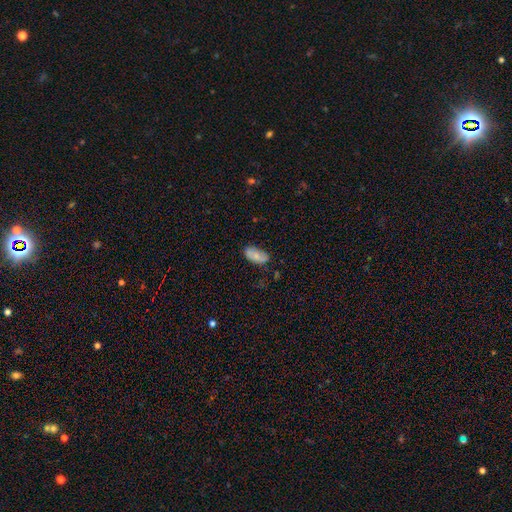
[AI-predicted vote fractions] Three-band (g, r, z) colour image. It shows a smooth galaxy with no disk features (79%) that is in between round and cigar-shaped (92%). Merging: none (72%).